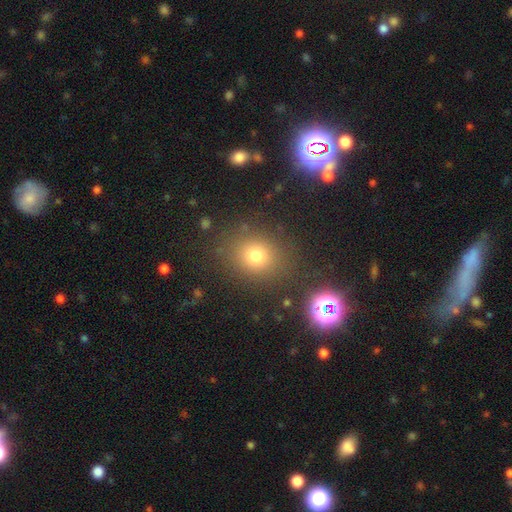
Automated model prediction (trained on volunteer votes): smooth 72%, star or artifact 20%, featured or disk 8%. Down the decision tree: how rounded — round (73%); merging — none (83%).